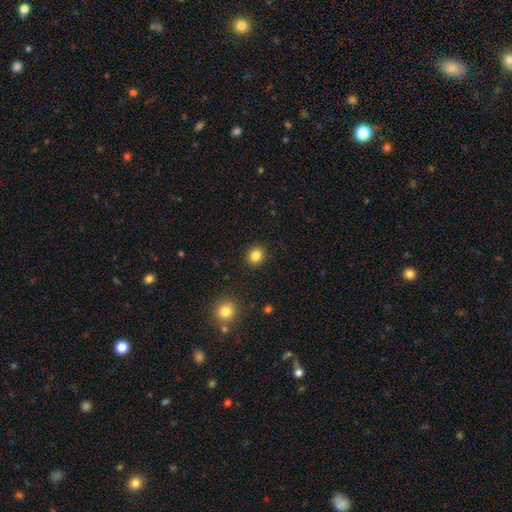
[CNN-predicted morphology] smooth 84%, star or artifact 11%, featured or disk 6%. Down the decision tree: how rounded — round (70%); merging — none (90%).